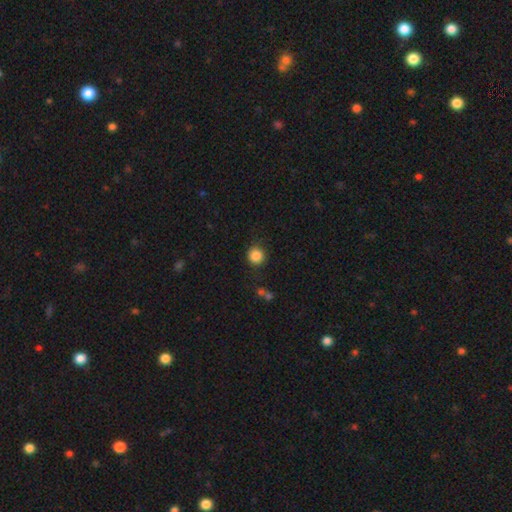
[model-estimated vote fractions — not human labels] A smooth galaxy with no disk features (86%) that is round (92%). Merging: none (85%).